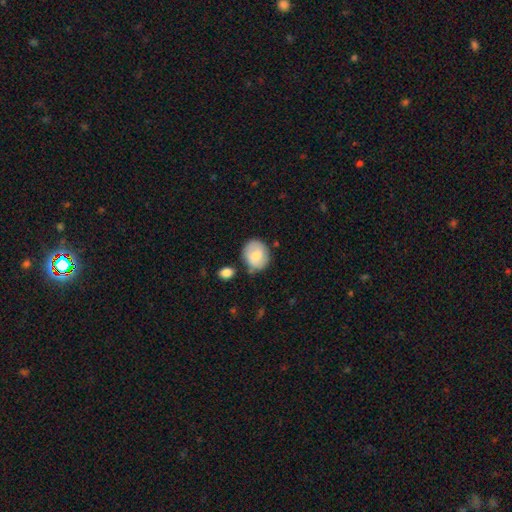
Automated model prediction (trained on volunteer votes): This appears to be a smooth galaxy with no disk features (72%) that is round (62%). Merging: none (71%).